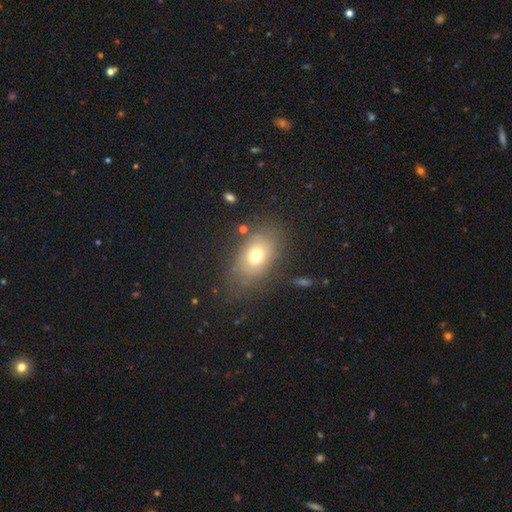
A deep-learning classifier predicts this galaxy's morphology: Smooth or featured: smooth — 69% (featured or disk — 20%)
How rounded: in between — 79% (round — 19%)
Merging: none — 74% (minor disturbance — 15%)